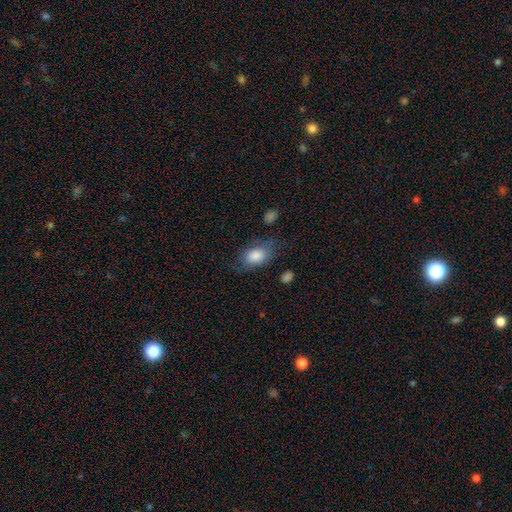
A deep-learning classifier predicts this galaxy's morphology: A smooth galaxy with no disk features (79%) that is in between round and cigar-shaped (84%).

Vote fractions:
- Smooth or featured? smooth: 79% / featured or disk: 14% / star or artifact: 7%
- How rounded? in between: 84% / round: 14% / cigar-shaped: 2%
- Merging? none: 57% / minor disturbance: 26% / major disturbance: 14% / merger: 3%